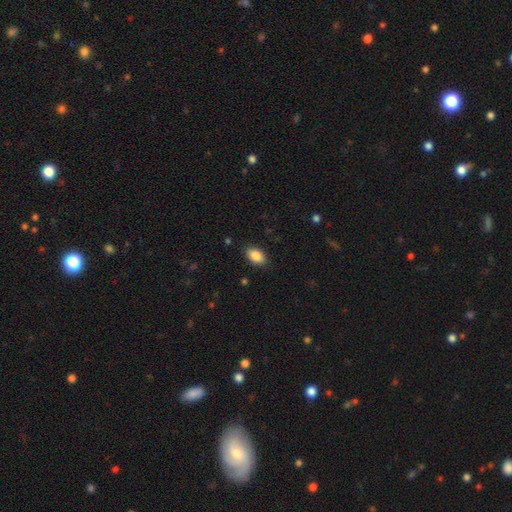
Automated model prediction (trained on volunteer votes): Smooth or featured?
  - smooth: 87% *
  - star or artifact: 7%
  - featured or disk: 5%
How rounded?
  - in between: 90% *
  - round: 9%
  - cigar-shaped: 1%
Merging?
  - none: 87% *
  - minor disturbance: 10%
  - major disturbance: 2%
  - merger: 1%